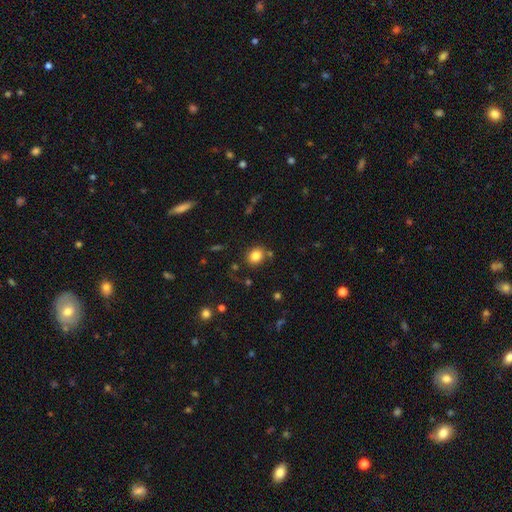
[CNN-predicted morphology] smooth 83%, star or artifact 11%, featured or disk 6%. Down the decision tree: how rounded — round (65%); merging — none (80%).